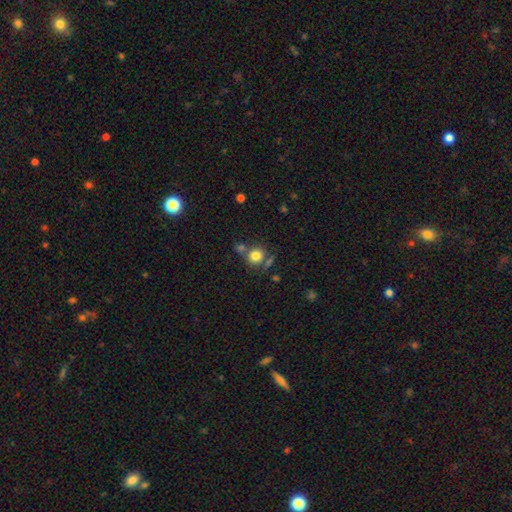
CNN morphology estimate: smooth-or-featured: smooth: 80% | star or artifact: 12% | featured or disk: 8%
  how-rounded: round: 83% | in between: 16% | cigar-shaped: 1%
  merging: none: 63% | merger: 21% | minor disturbance: 11% | major disturbance: 5%